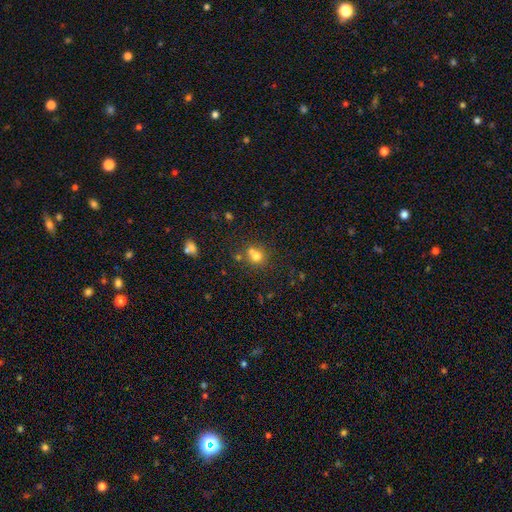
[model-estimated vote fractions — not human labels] This is likely a smooth galaxy (72%). How rounded: likely round (77%). Merging: possibly none (48%).